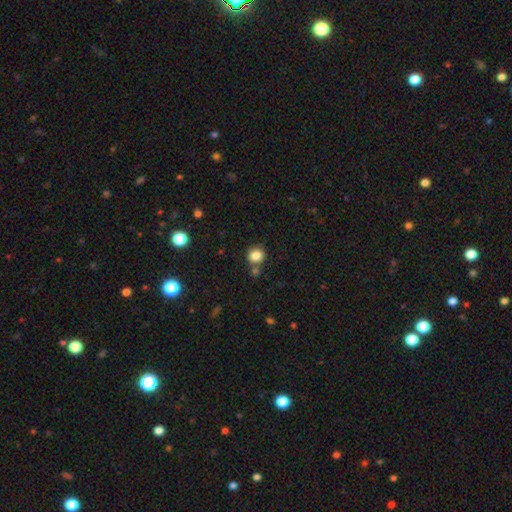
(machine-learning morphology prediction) smooth-or-featured: smooth: 85% | star or artifact: 11% | featured or disk: 5%
  how-rounded: round: 88% | in between: 11% | cigar-shaped: 1%
  merging: none: 73% | merger: 14% | minor disturbance: 10% | major disturbance: 3%